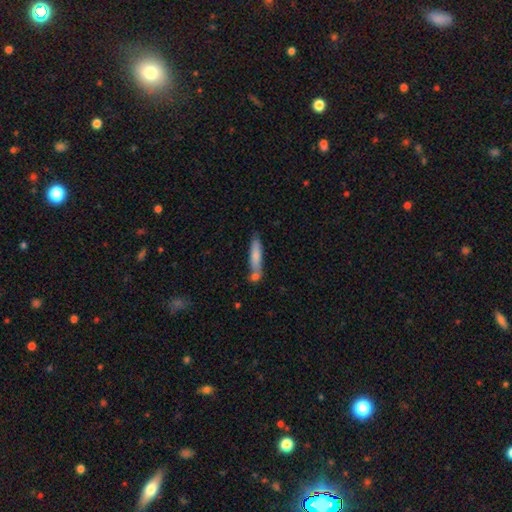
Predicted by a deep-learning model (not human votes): Smooth or featured? Predicted: smooth (p=0.75). How rounded? Predicted: cigar-shaped (p=0.81). Merging? Predicted: none (p=0.55).